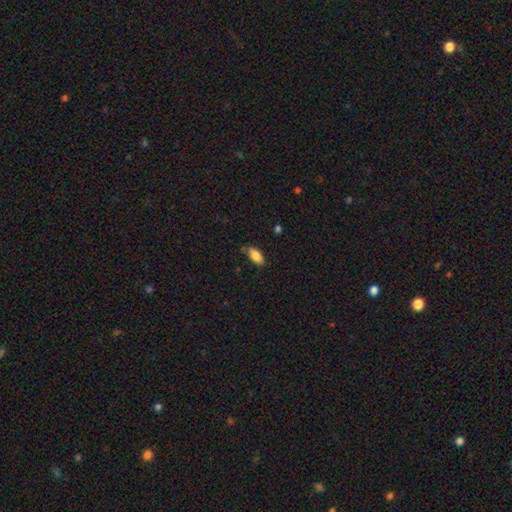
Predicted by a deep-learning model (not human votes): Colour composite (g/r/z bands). It shows a smooth galaxy with no disk features (84%) that is in between round and cigar-shaped (89%). Merging: none (72%).